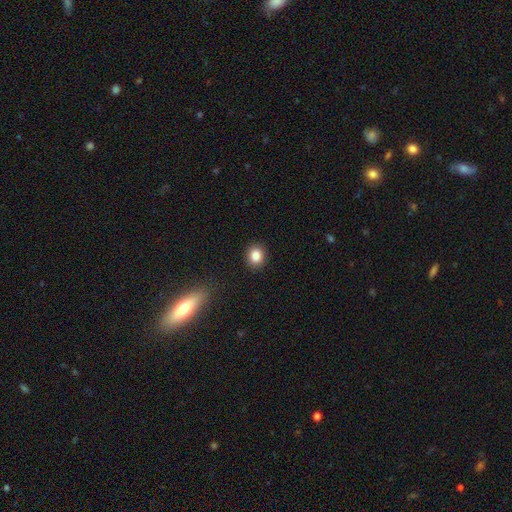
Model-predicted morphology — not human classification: This is clearly a smooth galaxy (86%). How rounded: likely round (67%). Merging: clearly none (90%).